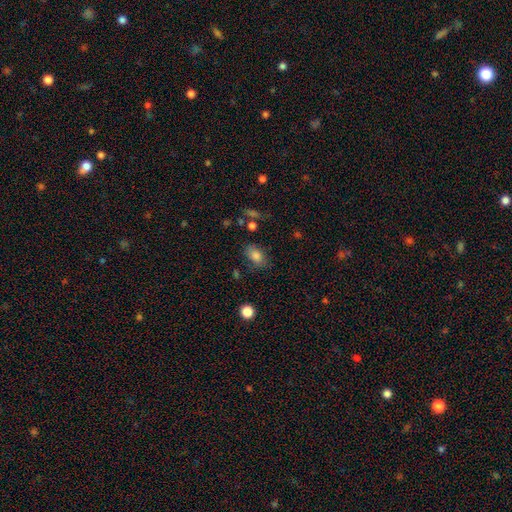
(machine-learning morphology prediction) A smooth galaxy with no disk features (82%) that is in between round and cigar-shaped (84%).

Vote fractions:
- Smooth or featured? smooth: 82% / star or artifact: 10% / featured or disk: 8%
- How rounded? in between: 84% / round: 14% / cigar-shaped: 2%
- Merging? none: 74% / minor disturbance: 17% / major disturbance: 5% / merger: 4%